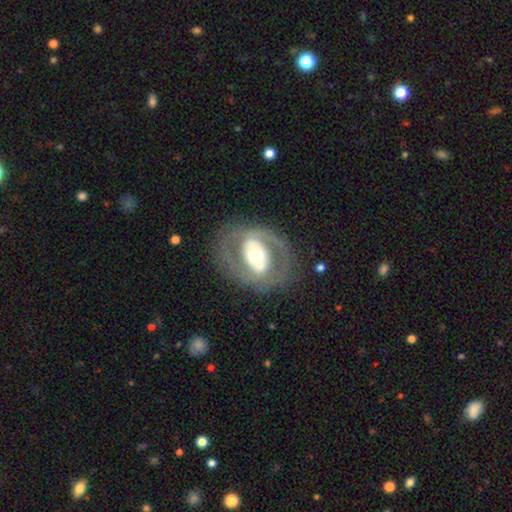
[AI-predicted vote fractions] This is likely a featured or disk galaxy (73%). It is clearly not viewed edge-on (95%). Bar: possibly no (48%). Spiral arm pattern: possibly yes (51%). Central bulge: possibly moderate (54%). Merging: likely none (75%).